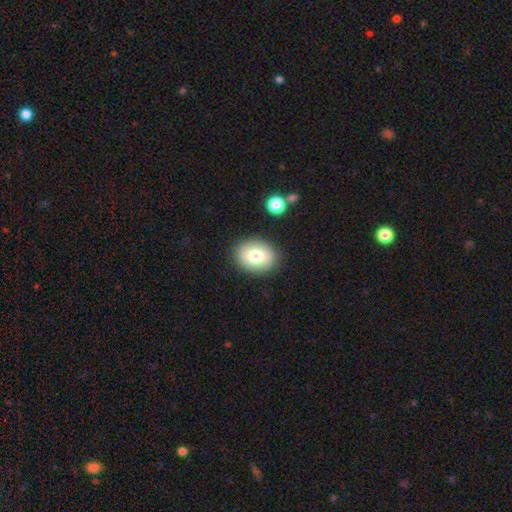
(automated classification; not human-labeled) Smooth or featured?
  - smooth: 77% *
  - featured or disk: 15%
  - star or artifact: 9%
How rounded?
  - in between: 59% *
  - round: 40%
  - cigar-shaped: 1%
Merging?
  - none: 87% *
  - minor disturbance: 9%
  - major disturbance: 3%
  - merger: 2%